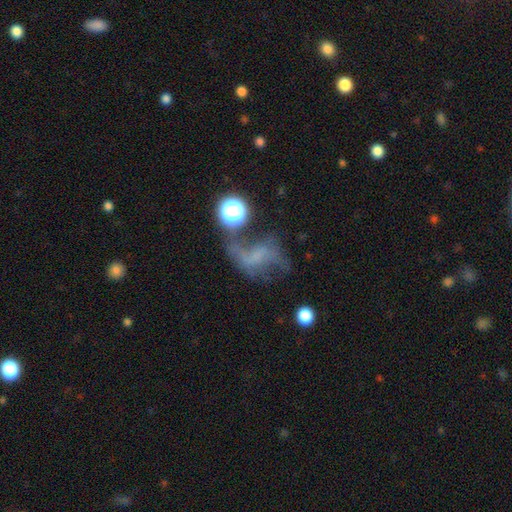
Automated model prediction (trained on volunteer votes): This appears to be a featured or disk galaxy (52%). Merging: major disturbance (36%).